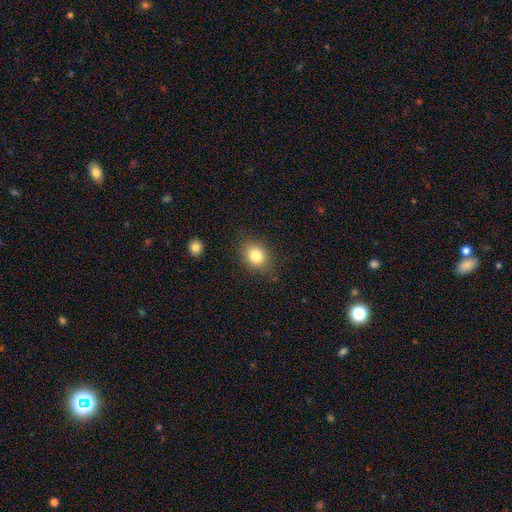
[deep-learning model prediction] Smooth or featured? smooth (82%)
How rounded? round (54%)
Merging? none (83%)